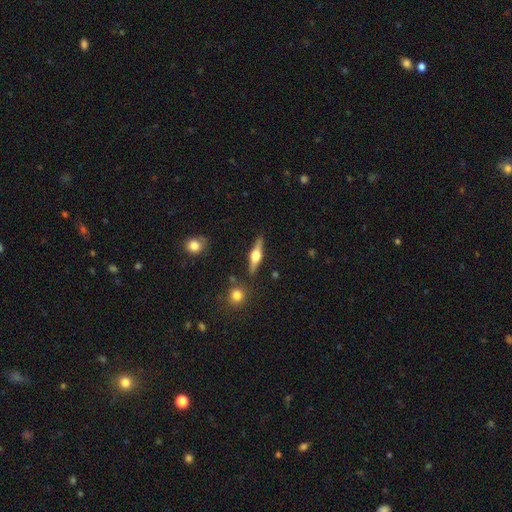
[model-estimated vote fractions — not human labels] This is likely a featured or disk galaxy (69%). It is clearly viewed edge-on (97%). Edge-on bulge: clearly rounded (93%). Merging: clearly none (87%).